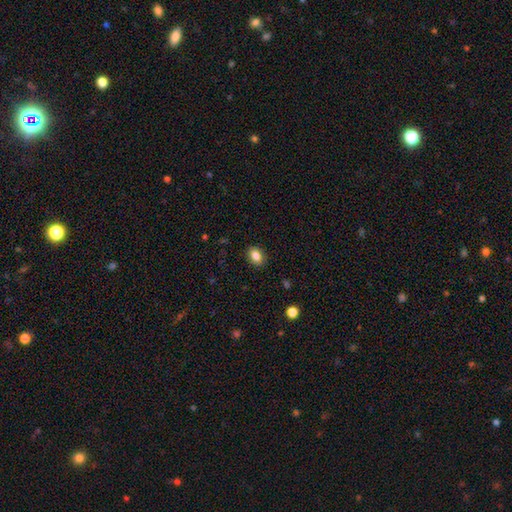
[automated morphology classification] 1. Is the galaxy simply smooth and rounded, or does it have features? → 85% smooth, 9% star or artifact, 6% featured or disk.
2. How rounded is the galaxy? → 75% in between, 23% round, 1% cigar-shaped.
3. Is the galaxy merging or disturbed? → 88% none, 9% minor disturbance, 2% major disturbance, 1% merger.